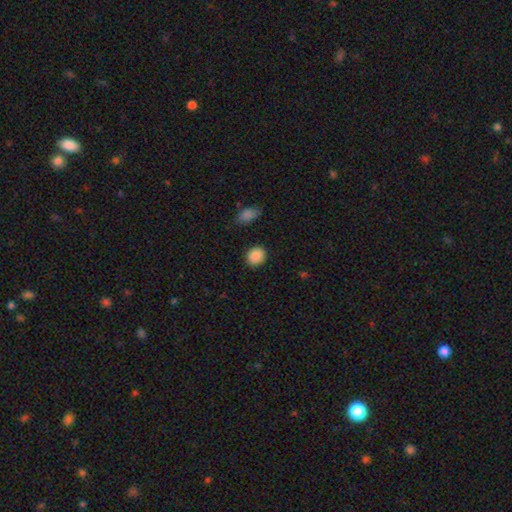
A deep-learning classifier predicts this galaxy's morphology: Smooth or featured: smooth — 88% (star or artifact — 8%)
How rounded: round — 70% (in between — 29%)
Merging: none — 86% (minor disturbance — 9%)